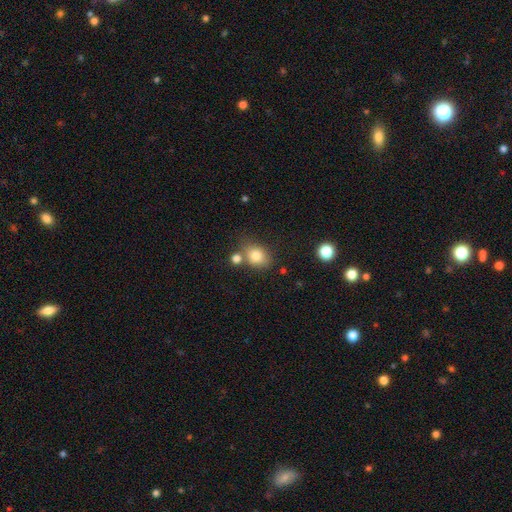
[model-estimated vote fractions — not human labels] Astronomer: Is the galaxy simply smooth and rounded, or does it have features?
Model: smooth — 80%.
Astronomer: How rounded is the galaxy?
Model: round — 50% (runner-up: in between, 49%).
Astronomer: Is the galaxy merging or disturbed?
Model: none — 61%.